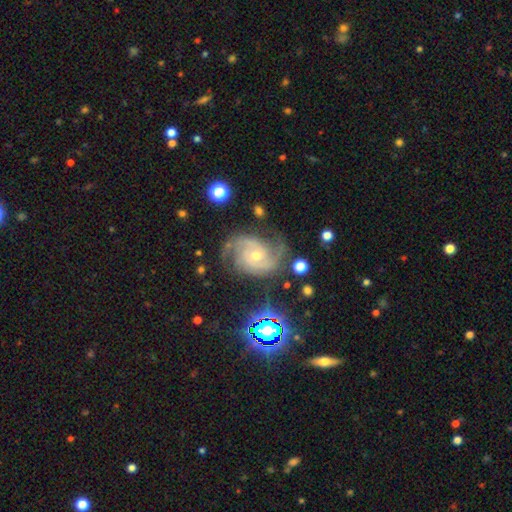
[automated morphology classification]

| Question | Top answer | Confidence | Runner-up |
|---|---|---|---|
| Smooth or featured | featured or disk | 86% | star or artifact (8%) |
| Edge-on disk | no | 97% | yes (3%) |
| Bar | no | 68% | weak (26%) |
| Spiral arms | yes | 97% | no (3%) |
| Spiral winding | medium | 46% | tight (41%) |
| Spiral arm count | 2 | 50% | 3 (24%) |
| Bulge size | small | 51% | moderate (46%) |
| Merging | none | 65% | minor disturbance (20%) |